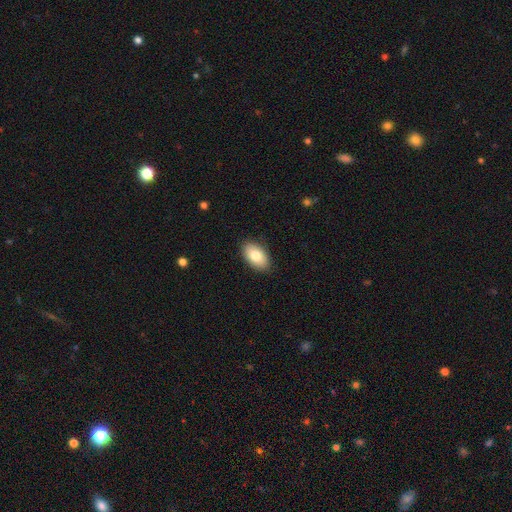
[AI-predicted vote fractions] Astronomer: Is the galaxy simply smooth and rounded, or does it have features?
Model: smooth — 81%.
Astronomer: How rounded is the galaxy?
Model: in between — 94%.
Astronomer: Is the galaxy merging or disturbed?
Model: none — 88%.